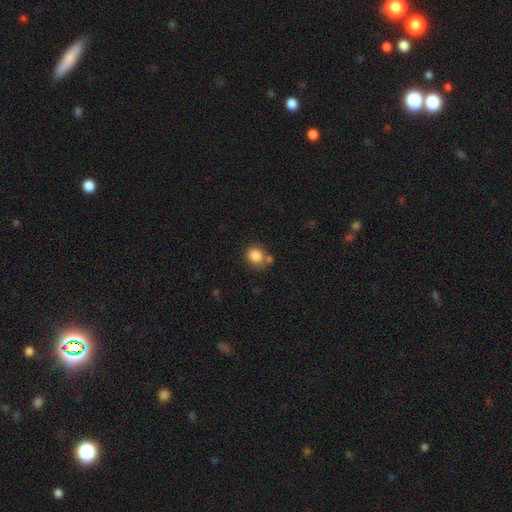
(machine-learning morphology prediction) type=smooth (85%); roundness=round (74%); merging=none (62%).